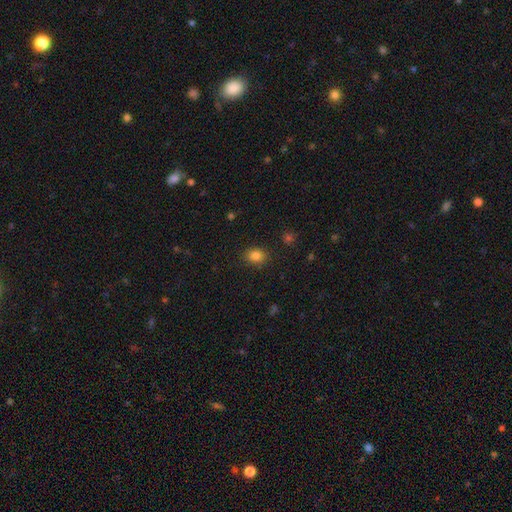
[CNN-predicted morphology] type=smooth (83%); roundness=in between (57%); merging=none (85%).